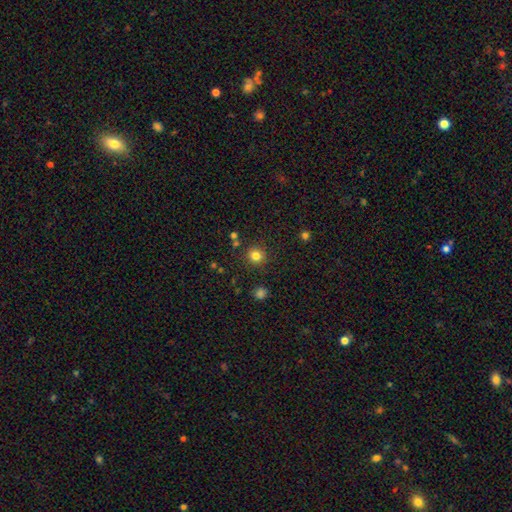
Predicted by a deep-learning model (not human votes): smooth-or-featured: smooth: 82% | star or artifact: 13% | featured or disk: 5%
  how-rounded: round: 93% | in between: 6% | cigar-shaped: 1%
  merging: none: 88% | minor disturbance: 7% | merger: 3% | major disturbance: 2%